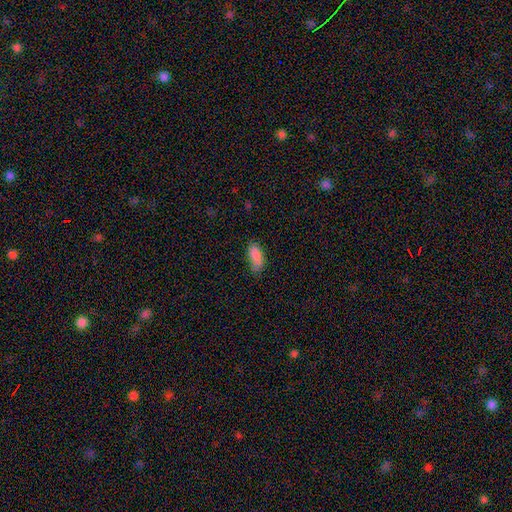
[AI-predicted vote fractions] Smooth or featured?
  - smooth: 86% *
  - star or artifact: 8%
  - featured or disk: 5%
How rounded?
  - in between: 85% *
  - cigar-shaped: 13%
  - round: 2%
Merging?
  - none: 63% *
  - minor disturbance: 28%
  - major disturbance: 7%
  - merger: 2%